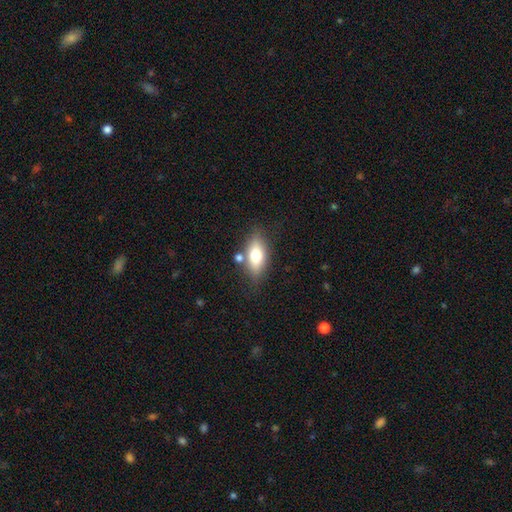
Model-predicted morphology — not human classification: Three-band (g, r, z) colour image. It shows a smooth galaxy with no disk features (68%) that is in between round and cigar-shaped (81%). Merging: none (72%).